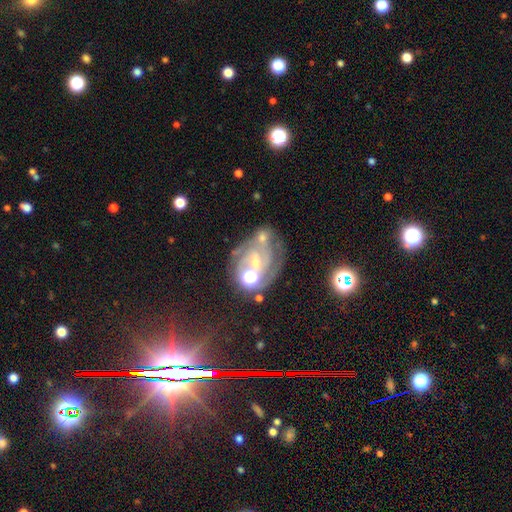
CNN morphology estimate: This is likely a featured or disk galaxy (72%). It is clearly not viewed edge-on (97%). Bar: possibly no (55%). Spiral arm pattern: clearly yes (86%). Spiral arm count: marginally 2 (36%). Spiral winding: possibly tight (50%). Central bulge: possibly small (50%). Merging: possibly none (52%).